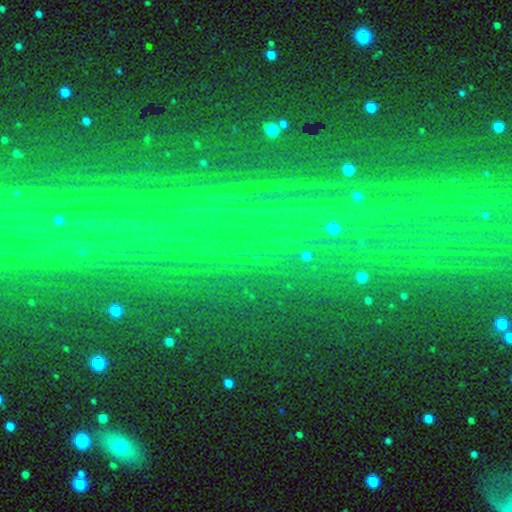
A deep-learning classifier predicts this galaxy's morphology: This appears to be a star or artifact, not a galaxy (81%).